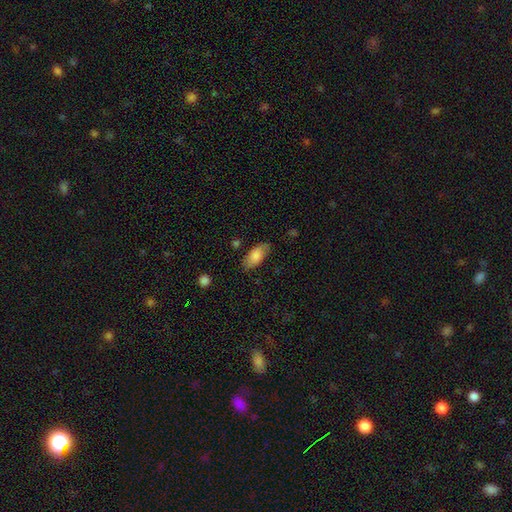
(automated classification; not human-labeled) Smooth or featured? smooth (81%)
How rounded? in between (89%)
Merging? none (78%)